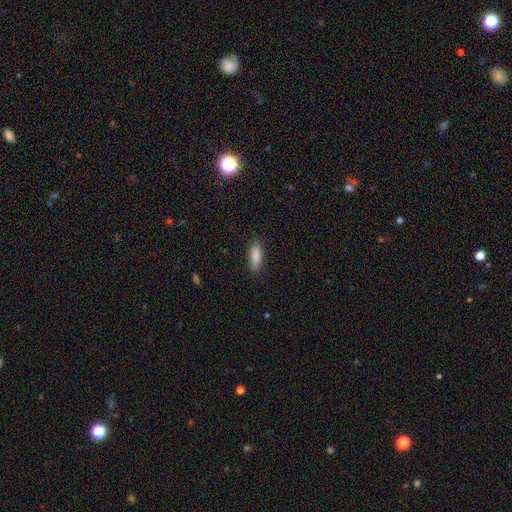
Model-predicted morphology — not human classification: type=smooth (87%); roundness=in between (53%); merging=none (87%).